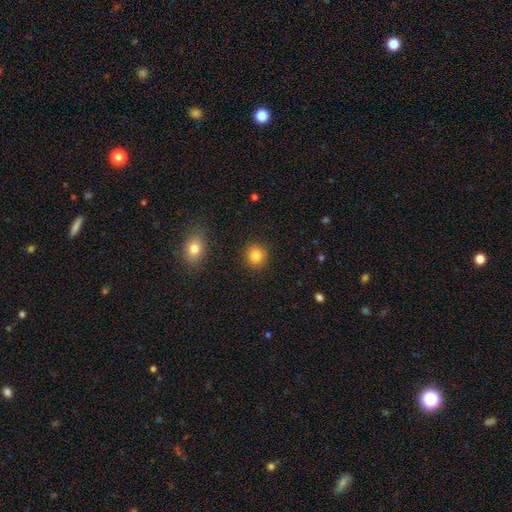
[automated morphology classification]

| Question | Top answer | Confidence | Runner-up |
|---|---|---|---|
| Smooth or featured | smooth | 84% | star or artifact (10%) |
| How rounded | round | 89% | in between (10%) |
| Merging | none | 90% | minor disturbance (6%) |